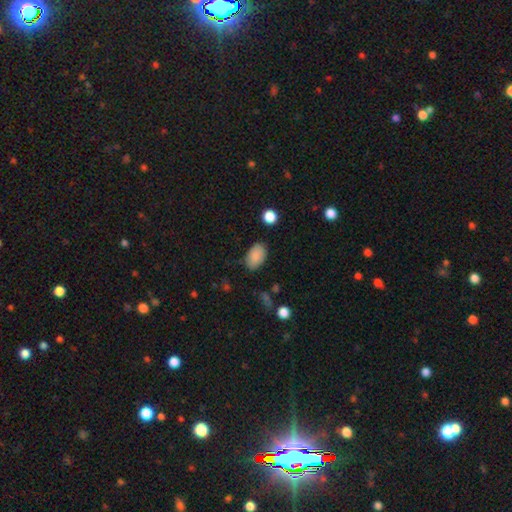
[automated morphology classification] Smooth or featured? Predicted: smooth (p=0.88). How rounded? Predicted: in between (p=0.91). Merging? Predicted: none (p=0.81).